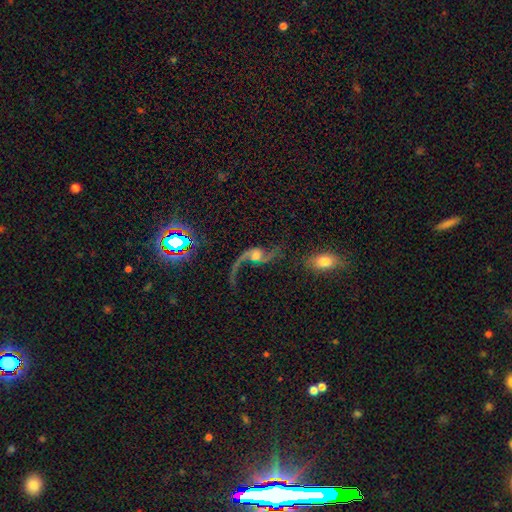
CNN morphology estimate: Overall: featured or disk (86%). Edge-on disk: no (96%). Bar: no (54%; weak 35%). Spiral arms: yes (95%). Spiral arm count: 2 (89%). Spiral winding: loose (91%). Bulge size: moderate (45%; small 27%). Merging: none (54%; major disturbance 22%).